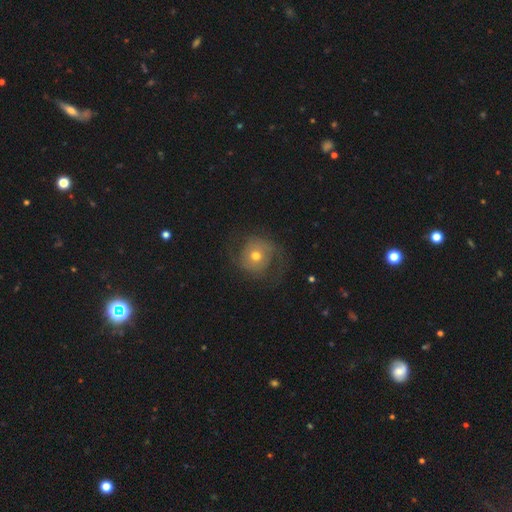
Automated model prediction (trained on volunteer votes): A featured or disk galaxy (52%) with no bar (80%), spiral arms (69%) and a moderate central bulge (68%). Merging: none (56%).